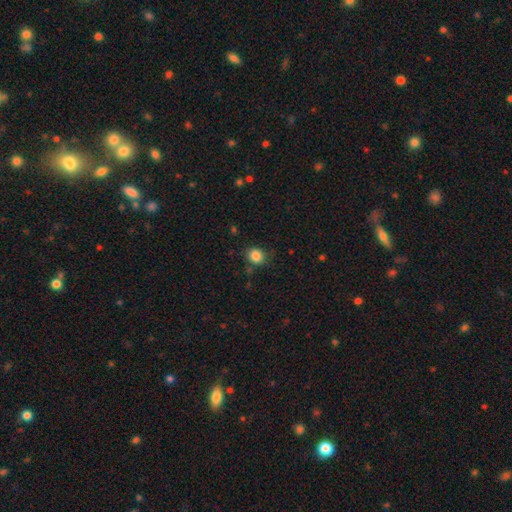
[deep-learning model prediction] Q: Smooth or featured?
A: smooth (85%); runner-up: star or artifact (10%)
Q: How rounded?
A: round (73%); runner-up: in between (26%)
Q: Merging?
A: none (81%); runner-up: minor disturbance (13%)